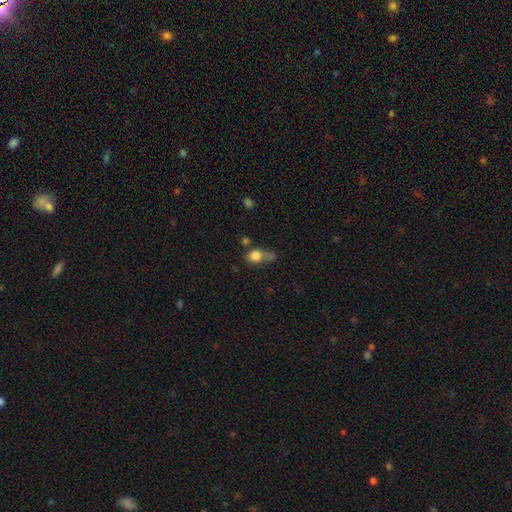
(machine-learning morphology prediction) smooth_or_featured: smooth (p=0.79) [alt: star or artifact p=0.10]
how_rounded: round (p=0.57) [alt: in between p=0.40]
merging: none (p=0.38) [alt: merger p=0.24]